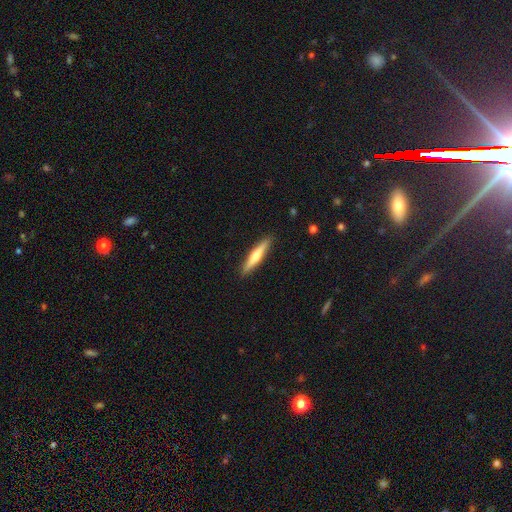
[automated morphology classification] Smooth or featured?
  - smooth: 53% *
  - featured or disk: 42%
  - star or artifact: 5%
How rounded?
  - cigar-shaped: 92% *
  - in between: 7%
  - round: 1%
Merging?
  - none: 91% *
  - minor disturbance: 7%
  - major disturbance: 1%
  - merger: 1%